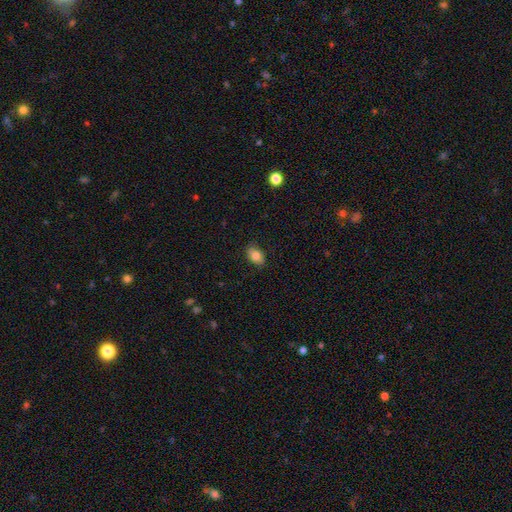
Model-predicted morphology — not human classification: Smooth or featured: smooth — 82% (featured or disk — 9%)
How rounded: in between — 82% (round — 16%)
Merging: none — 81% (minor disturbance — 15%)